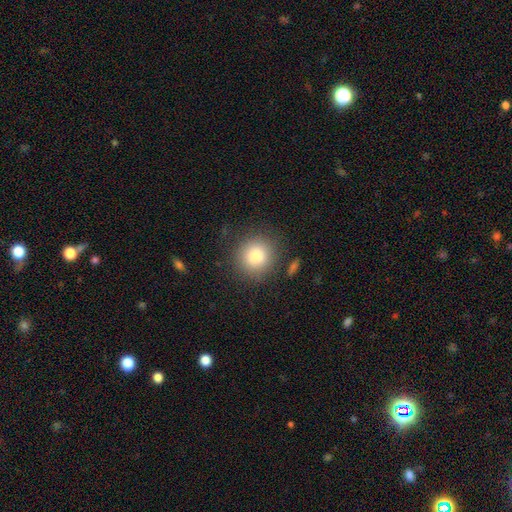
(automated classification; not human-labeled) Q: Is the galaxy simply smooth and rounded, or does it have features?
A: smooth — 82%.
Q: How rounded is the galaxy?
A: round — 89%.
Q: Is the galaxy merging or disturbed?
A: none — 84%.